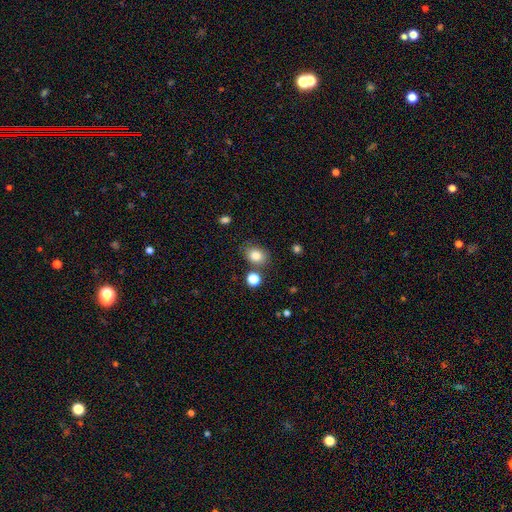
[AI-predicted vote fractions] Smooth or featured? Predicted: smooth (p=0.83). How rounded? Predicted: in between (p=0.50). Merging? Predicted: none (p=0.73).